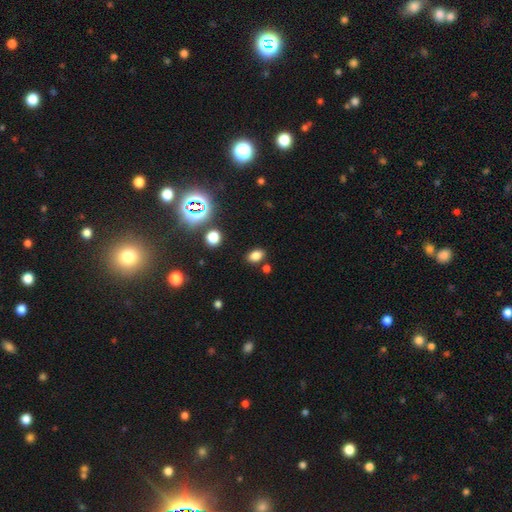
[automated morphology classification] This is likely a smooth galaxy (80%). How rounded: clearly in between (82%). Merging: clearly none (83%).